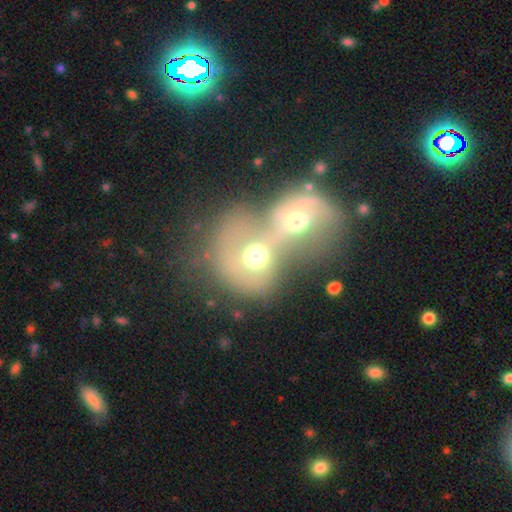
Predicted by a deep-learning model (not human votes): A featured or disk galaxy (46%). Merging: merger (83%).